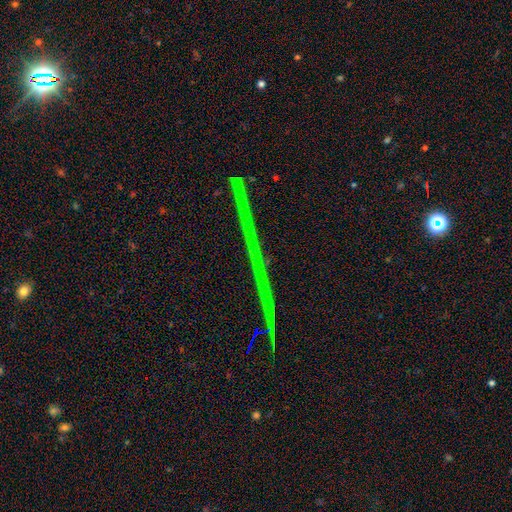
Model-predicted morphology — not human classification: Smooth or featured?
  - star or artifact: 52% *
  - featured or disk: 35%
  - smooth: 13%